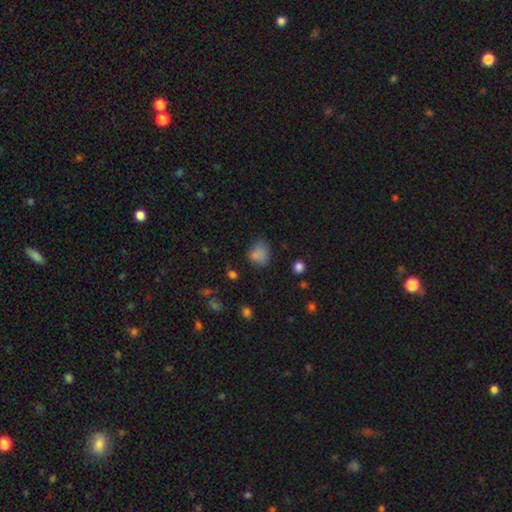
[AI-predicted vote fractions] Smooth or featured?
  - smooth: 74% *
  - star or artifact: 19%
  - featured or disk: 7%
How rounded?
  - round: 52% *
  - in between: 46%
  - cigar-shaped: 1%
Merging?
  - none: 64% *
  - minor disturbance: 24%
  - major disturbance: 8%
  - merger: 4%